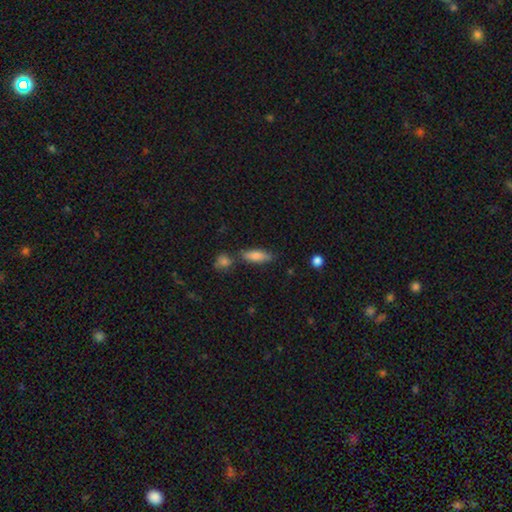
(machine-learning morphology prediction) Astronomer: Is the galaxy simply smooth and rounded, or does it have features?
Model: smooth — 77%.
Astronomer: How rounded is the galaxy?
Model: in between — 50% (runner-up: cigar-shaped, 48%).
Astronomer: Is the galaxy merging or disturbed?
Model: none — 73%.